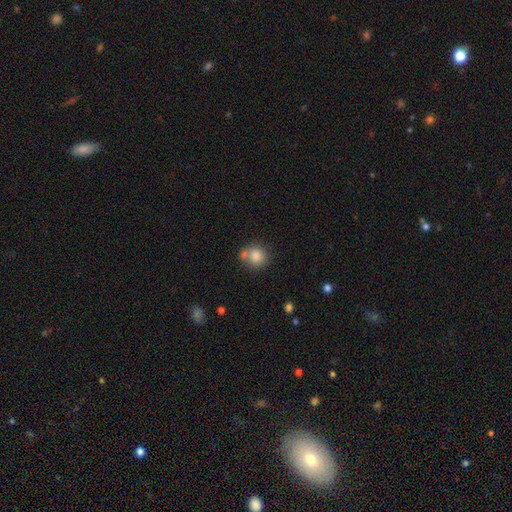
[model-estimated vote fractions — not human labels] smooth-or-featured: smooth: 82% | star or artifact: 10% | featured or disk: 9%
  how-rounded: round: 85% | in between: 14% | cigar-shaped: 1%
  merging: none: 56% | merger: 26% | minor disturbance: 14% | major disturbance: 4%